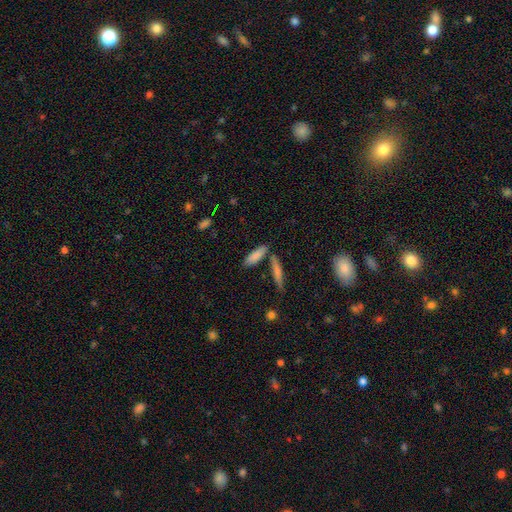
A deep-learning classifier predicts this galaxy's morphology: The model was most divided on "how rounded": cigar-shaped: 57%, in between: 41%, round: 2%. More confident: smooth or featured — smooth (80%); merging — none (69%).